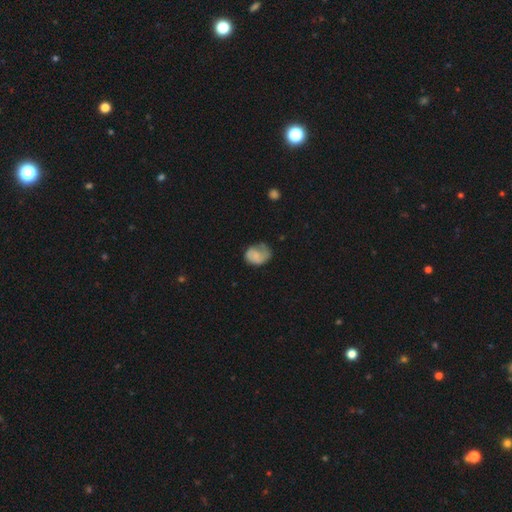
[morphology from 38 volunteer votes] Q: Smooth or featured?
A: smooth (58%); runner-up: featured or disk (39%)
Q: How rounded?
A: in between (55%); runner-up: round (45%)
Q: Merging?
A: none (41%); runner-up: minor disturbance (30%)